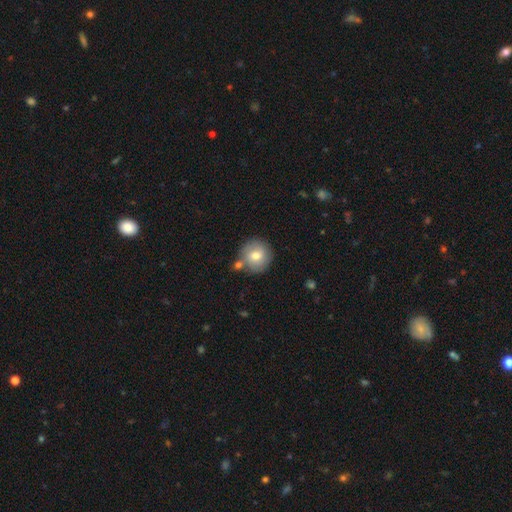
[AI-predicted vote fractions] smooth_or_featured: smooth (p=0.69) [alt: featured or disk p=0.24]
how_rounded: round (p=0.92) [alt: in between p=0.07]
merging: none (p=0.69) [alt: merger p=0.14]